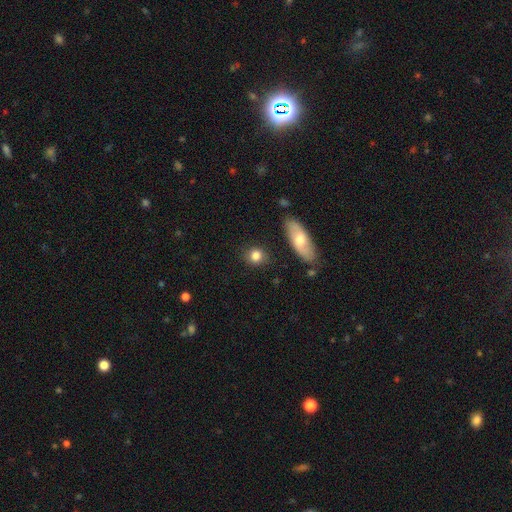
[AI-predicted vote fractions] A smooth galaxy with no disk features (82%) that is round (73%).

Vote fractions:
- Smooth or featured? smooth: 82% / featured or disk: 9% / star or artifact: 9%
- How rounded? round: 73% / in between: 24% / cigar-shaped: 3%
- Merging? none: 84% / minor disturbance: 10% / merger: 4% / major disturbance: 3%